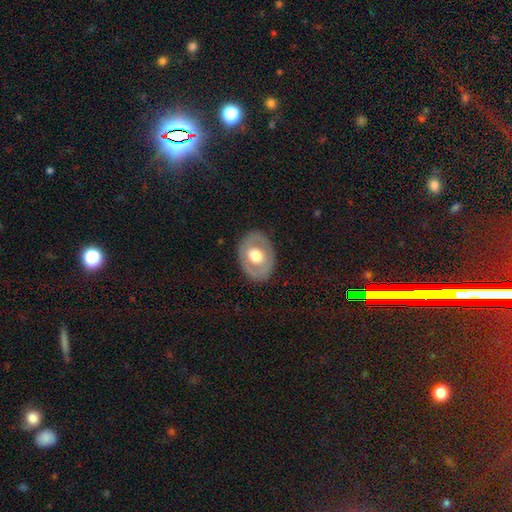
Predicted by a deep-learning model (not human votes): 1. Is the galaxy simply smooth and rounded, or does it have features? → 51% featured or disk, 43% smooth, 5% star or artifact.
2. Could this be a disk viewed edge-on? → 93% no, 7% yes.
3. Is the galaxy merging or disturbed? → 83% none, 12% minor disturbance, 5% major disturbance, 1% merger.